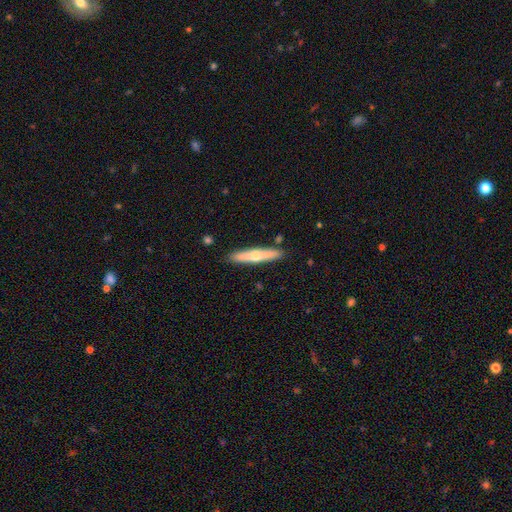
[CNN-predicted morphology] This is possibly a smooth galaxy (51%). How rounded: clearly cigar-shaped (88%). Merging: clearly none (88%).